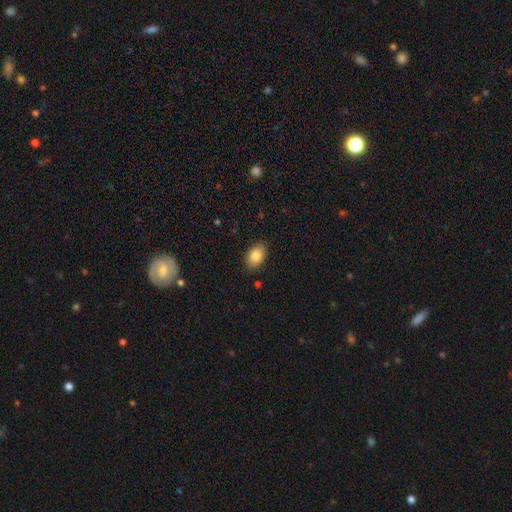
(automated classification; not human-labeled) The model was most divided on "how rounded": in between: 87%, round: 12%, cigar-shaped: 1%. More confident: merging — none (87%); smooth or featured — smooth (86%).